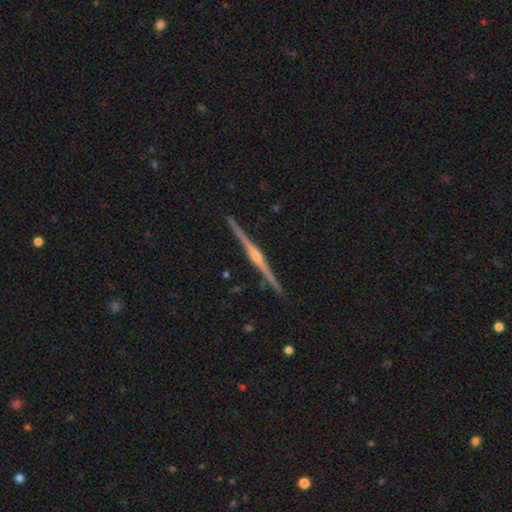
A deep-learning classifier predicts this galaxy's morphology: smooth-or-featured: featured or disk: 88% | smooth: 7% | star or artifact: 5%
  disk-edge-on: yes: 99% | no: 1%
    edge-on-bulge: rounded: 84% | none: 8% | boxy: 7%
  merging: none: 93% | minor disturbance: 5% | major disturbance: 1% | merger: 1%